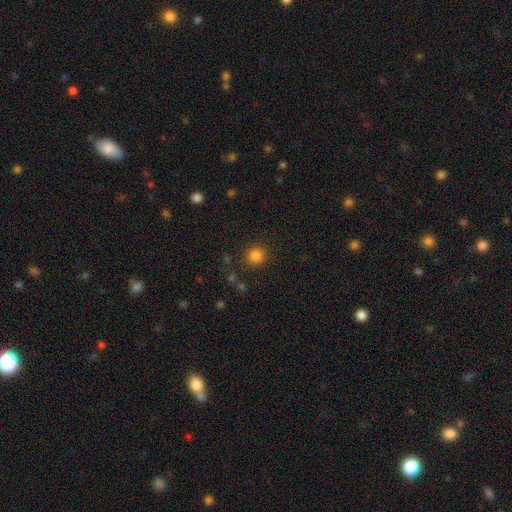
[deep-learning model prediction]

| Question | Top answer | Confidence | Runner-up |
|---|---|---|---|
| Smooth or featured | smooth | 82% | star or artifact (13%) |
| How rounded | round | 93% | in between (6%) |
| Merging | none | 88% | minor disturbance (7%) |